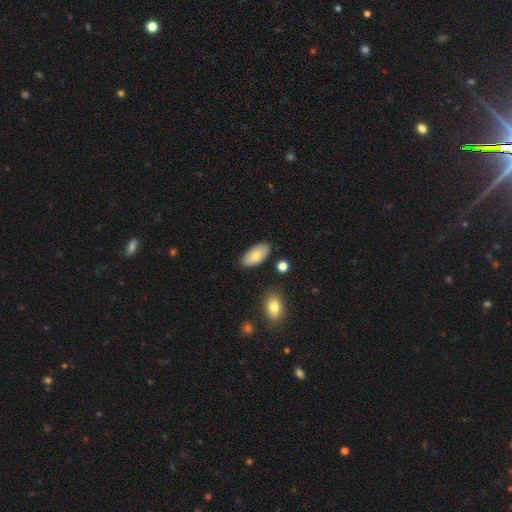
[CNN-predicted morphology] Smooth or featured?
  - smooth: 78% *
  - featured or disk: 15%
  - star or artifact: 7%
How rounded?
  - in between: 94% *
  - round: 3%
  - cigar-shaped: 3%
Merging?
  - none: 81% *
  - minor disturbance: 13%
  - merger: 3%
  - major disturbance: 3%